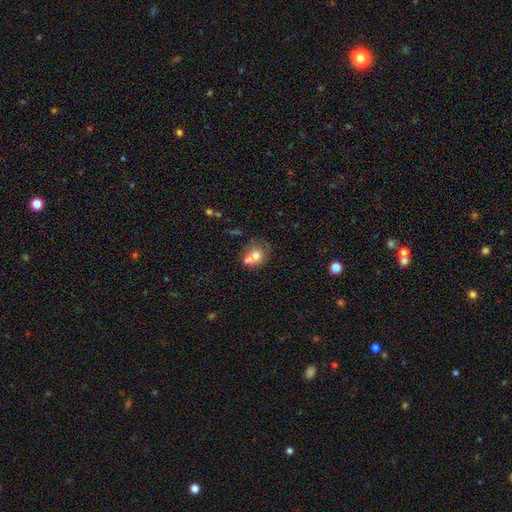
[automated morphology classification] smooth 65%, featured or disk 25%, star or artifact 10%. Down the decision tree: how rounded — round (66%); merging — merger (59%).